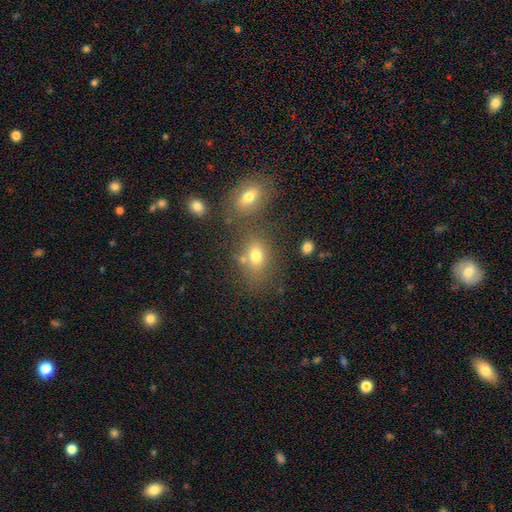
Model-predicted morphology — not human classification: Smooth or featured: smooth — 73% (star or artifact — 15%)
How rounded: in between — 68% (round — 30%)
Merging: none — 58% (merger — 22%)